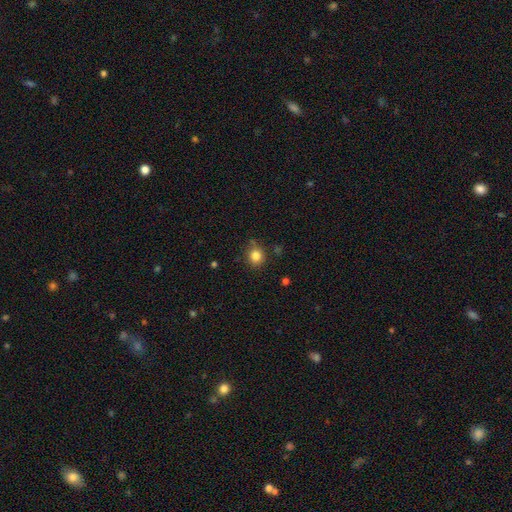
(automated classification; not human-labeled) A smooth galaxy with no disk features (83%) that is round (86%). Merging: none (80%).